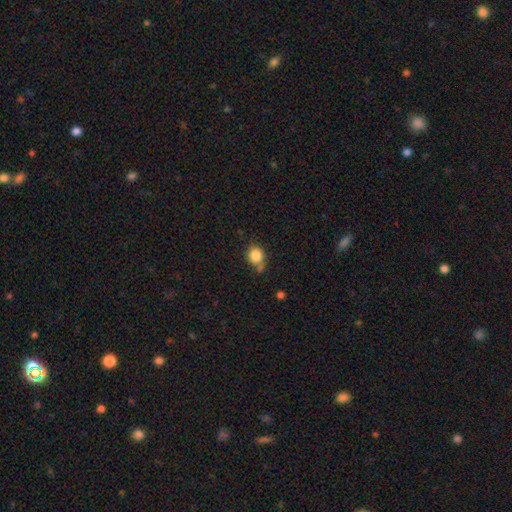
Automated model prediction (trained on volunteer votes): Smooth or featured? Predicted: smooth (p=0.84). How rounded? Predicted: round (p=0.75). Merging? Predicted: none (p=0.58).